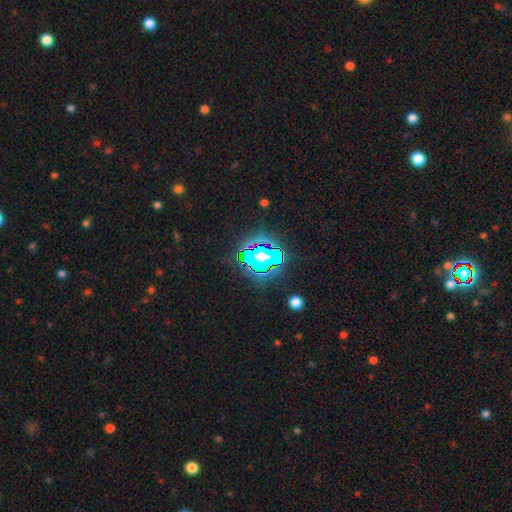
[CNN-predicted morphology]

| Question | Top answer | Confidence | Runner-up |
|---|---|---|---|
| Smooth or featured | star or artifact | 54% | smooth (29%) |